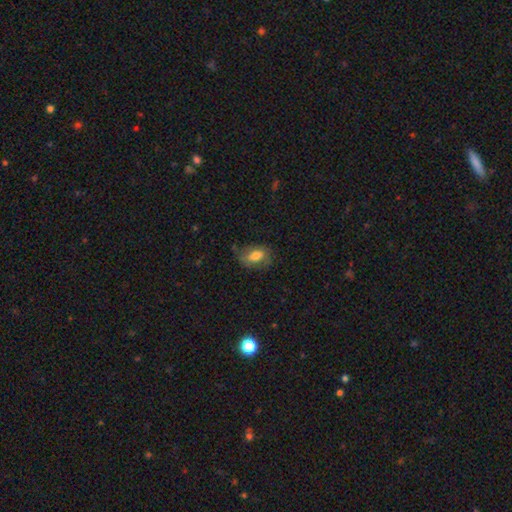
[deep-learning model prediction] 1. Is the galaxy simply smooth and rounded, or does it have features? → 63% smooth, 29% featured or disk, 8% star or artifact.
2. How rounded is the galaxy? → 84% in between, 13% round, 3% cigar-shaped.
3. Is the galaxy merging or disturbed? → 62% none, 25% minor disturbance, 12% major disturbance, 2% merger.